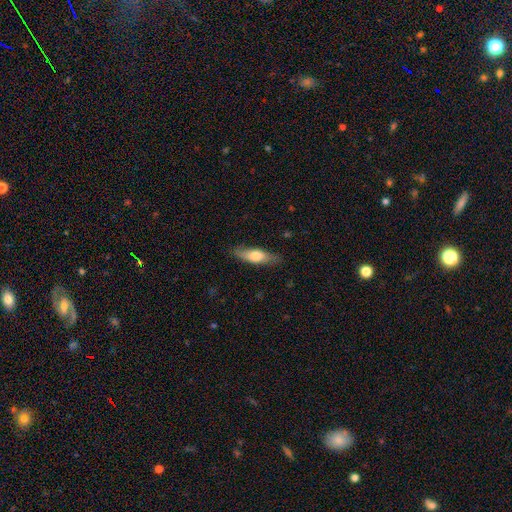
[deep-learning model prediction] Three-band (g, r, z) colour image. It shows a smooth galaxy with no disk features (62%) that is cigar-shaped (56%). Merging: none (83%).